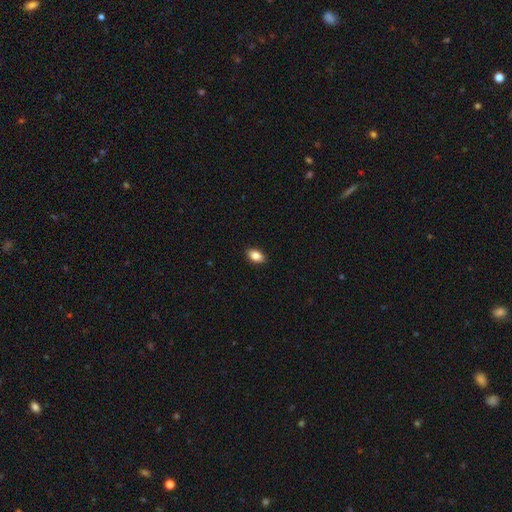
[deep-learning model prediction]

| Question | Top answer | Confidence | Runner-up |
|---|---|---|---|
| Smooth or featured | smooth | 85% | featured or disk (8%) |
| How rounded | in between | 89% | round (8%) |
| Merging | none | 89% | minor disturbance (8%) |